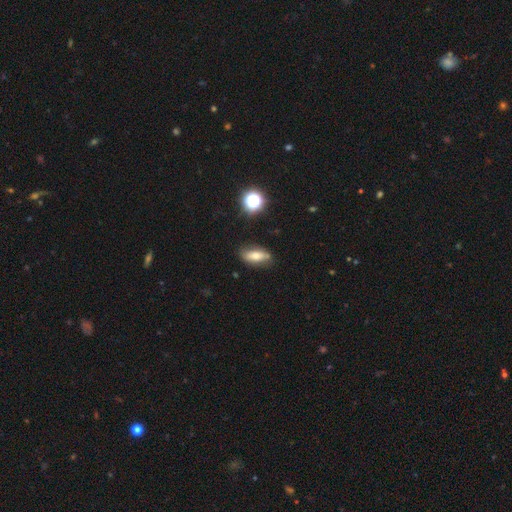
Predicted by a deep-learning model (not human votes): This is likely a smooth galaxy (65%). How rounded: likely in between (76%). Merging: likely none (79%).